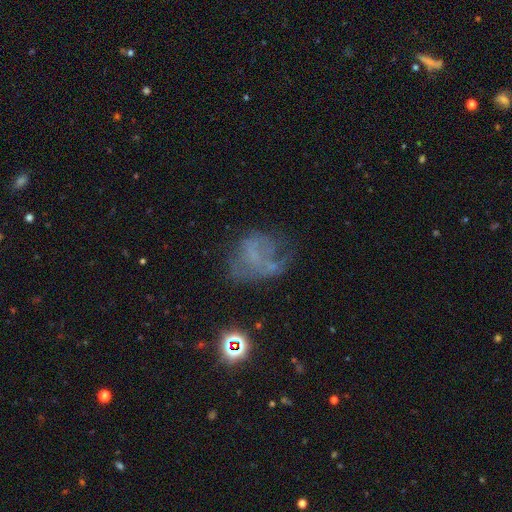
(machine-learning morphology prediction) Q: Smooth or featured?
A: featured or disk (47%); runner-up: smooth (31%)
Q: Merging?
A: none (39%); runner-up: major disturbance (34%)